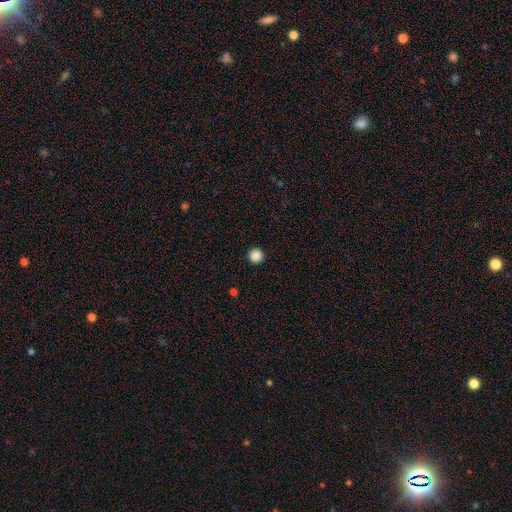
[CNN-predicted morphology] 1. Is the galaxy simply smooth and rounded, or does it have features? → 87% smooth, 10% star or artifact, 2% featured or disk.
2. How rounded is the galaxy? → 97% round, 2% in between, 1% cigar-shaped.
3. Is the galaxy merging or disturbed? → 93% none, 4% minor disturbance, 2% major disturbance, 1% merger.